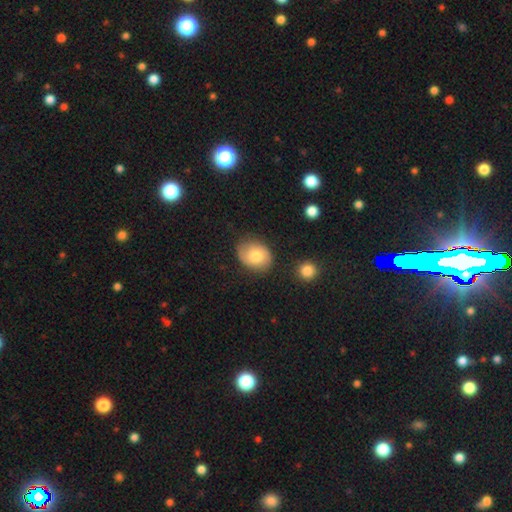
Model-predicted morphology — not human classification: Overall: smooth (65%; featured or disk 27%). How rounded: round (50%; in between 49%). Merging: none (75%).